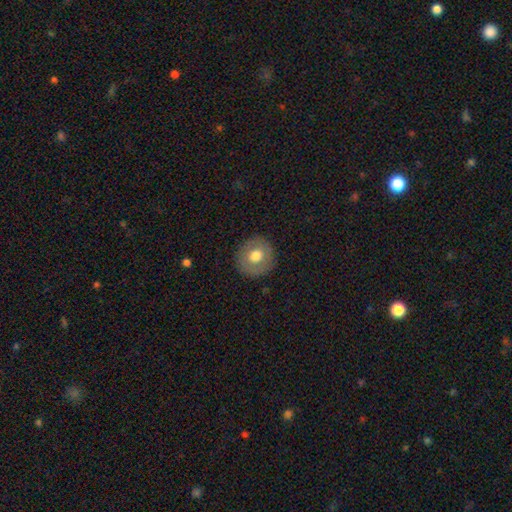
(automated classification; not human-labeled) Smooth or featured? smooth (66%)
How rounded? round (90%)
Merging? none (88%)